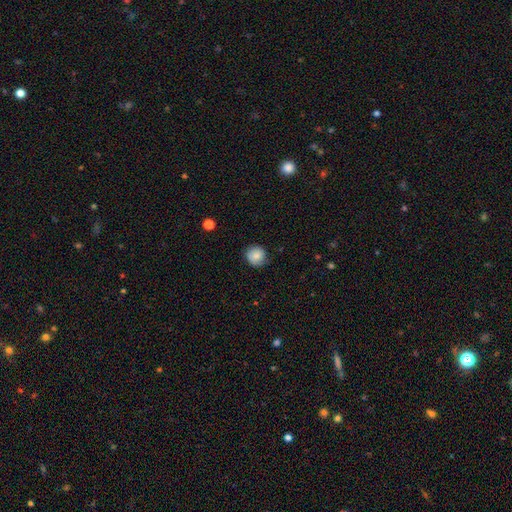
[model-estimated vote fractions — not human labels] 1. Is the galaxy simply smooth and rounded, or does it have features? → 78% smooth, 13% featured or disk, 8% star or artifact.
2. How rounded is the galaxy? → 89% round, 10% in between, 1% cigar-shaped.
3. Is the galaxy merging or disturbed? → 80% none, 16% minor disturbance, 3% major disturbance, 1% merger.